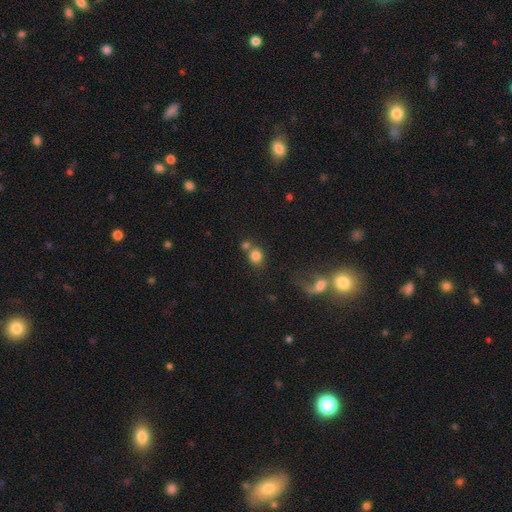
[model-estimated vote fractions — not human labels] Smooth or featured? Predicted: smooth (p=0.80). How rounded? Predicted: round (p=0.76). Merging? Predicted: none (p=0.52).